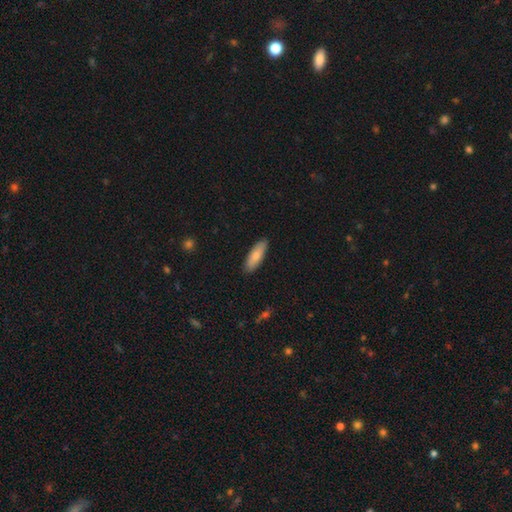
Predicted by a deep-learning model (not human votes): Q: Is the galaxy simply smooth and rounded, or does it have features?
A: smooth — 81%.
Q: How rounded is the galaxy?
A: in between — 54%.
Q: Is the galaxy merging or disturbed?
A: none — 89%.